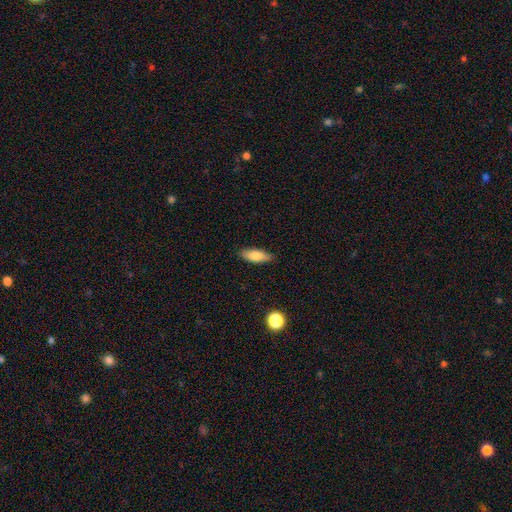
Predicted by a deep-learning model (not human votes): This is likely a smooth galaxy (80%). How rounded: likely in between (67%). Merging: clearly none (87%).